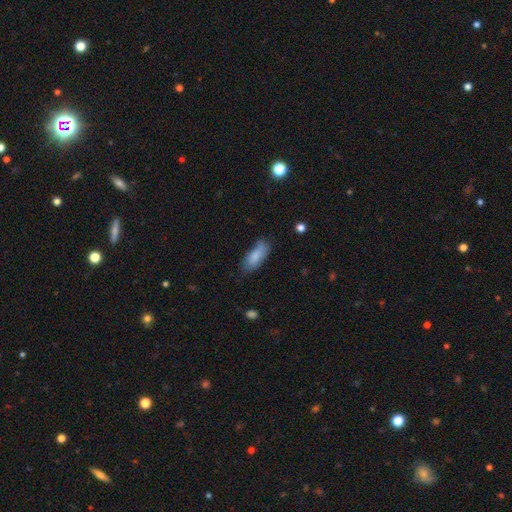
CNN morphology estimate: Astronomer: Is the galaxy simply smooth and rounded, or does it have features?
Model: smooth — 83%.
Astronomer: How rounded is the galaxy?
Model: in between — 78%.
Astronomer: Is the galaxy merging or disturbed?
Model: none — 57%.